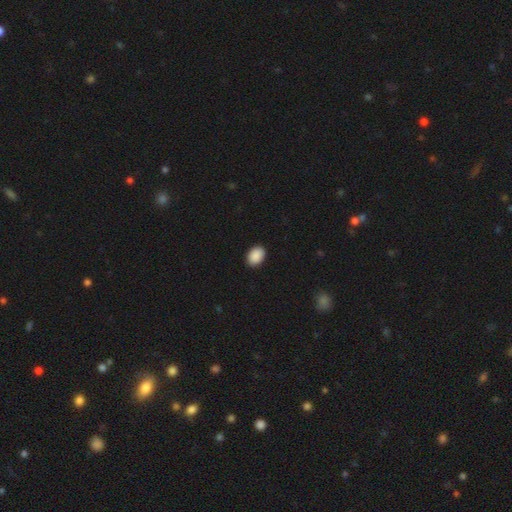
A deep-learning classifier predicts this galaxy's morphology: smooth 91%, star or artifact 7%, featured or disk 2%. Down the decision tree: how rounded — in between (77%); merging — none (90%).